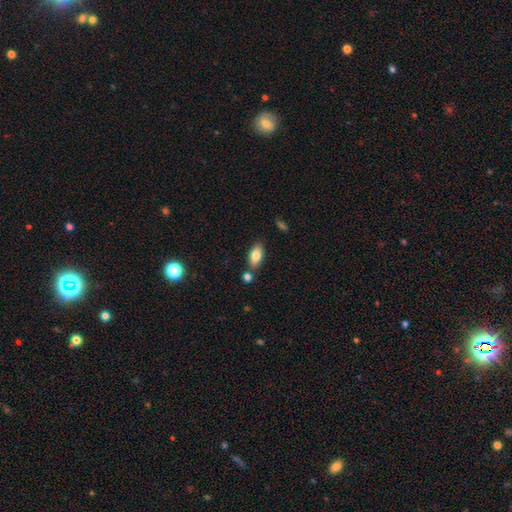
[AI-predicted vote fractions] Smooth or featured: smooth — 80% (featured or disk — 12%)
How rounded: in between — 90% (cigar-shaped — 6%)
Merging: none — 75% (minor disturbance — 12%)